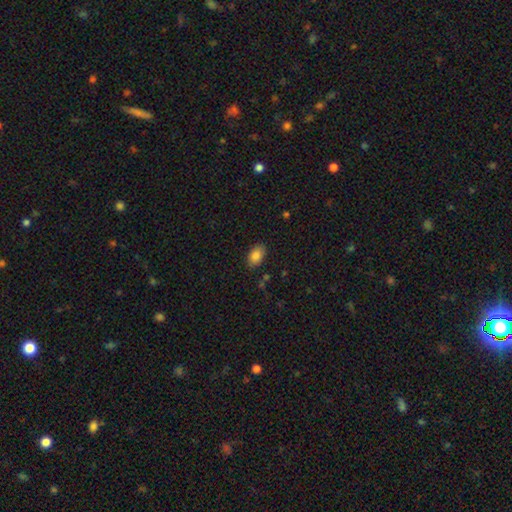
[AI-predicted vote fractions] Morphology: type=smooth (85%); roundness=in between (91%); merging=none (85%).